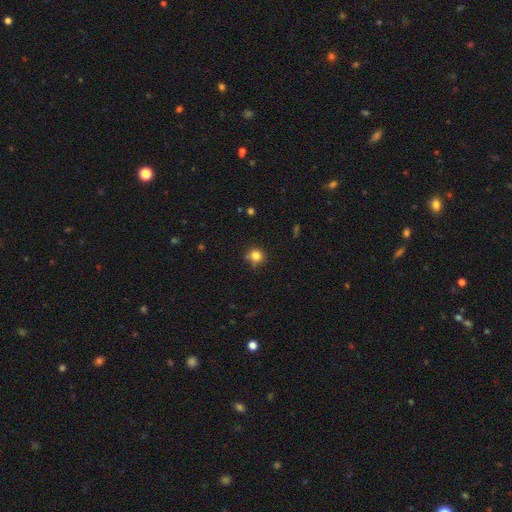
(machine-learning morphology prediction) This appears to be a smooth galaxy with no disk features (81%) that is round (88%). Merging: none (73%).